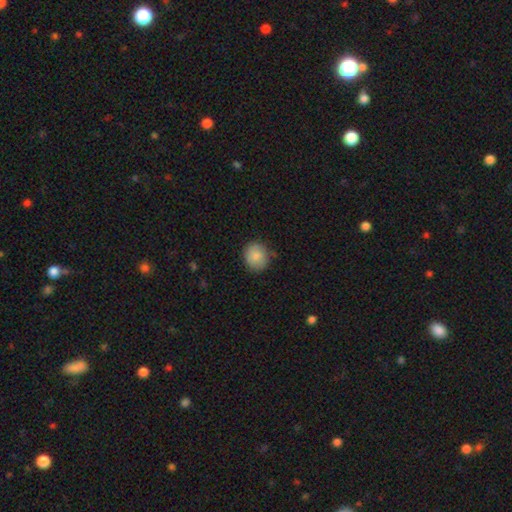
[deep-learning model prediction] Smooth or featured? Predicted: smooth (p=0.86). How rounded? Predicted: round (p=0.80). Merging? Predicted: none (p=0.83).